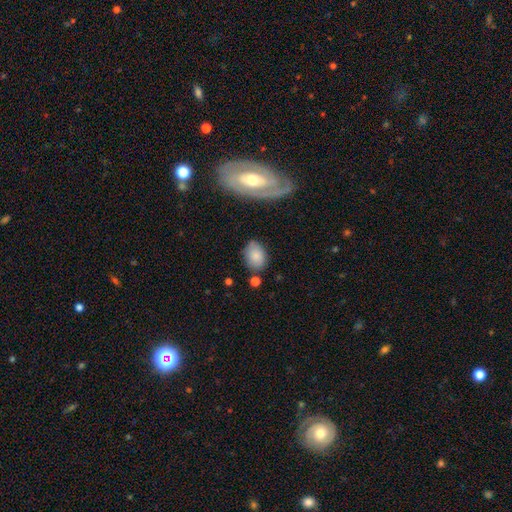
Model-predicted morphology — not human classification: Smooth or featured? smooth (81%)
How rounded? in between (78%)
Merging? none (73%)